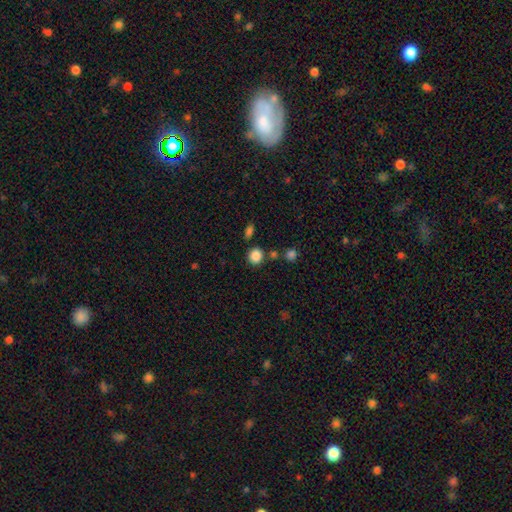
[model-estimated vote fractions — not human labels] Morphology: type=smooth (86%); roundness=round (86%); merging=none (80%).